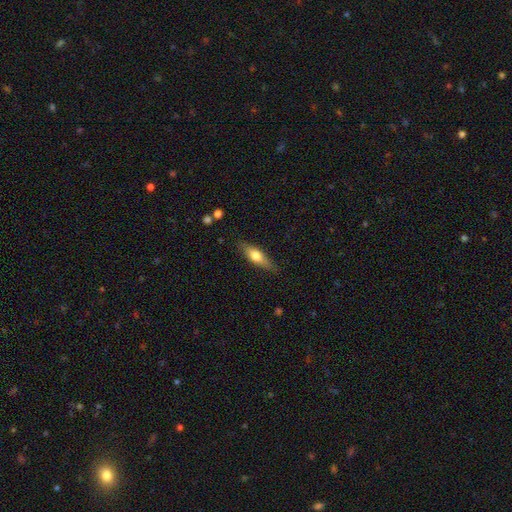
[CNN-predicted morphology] Smooth or featured? smooth (61%)
How rounded? in between (50%)
Merging? none (82%)